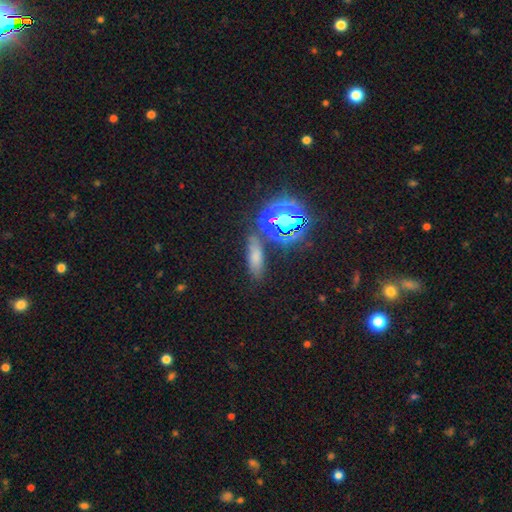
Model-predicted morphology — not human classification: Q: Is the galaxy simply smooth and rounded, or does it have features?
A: smooth — 57%.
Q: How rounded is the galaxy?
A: in between — 54%.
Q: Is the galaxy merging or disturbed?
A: none — 73%.